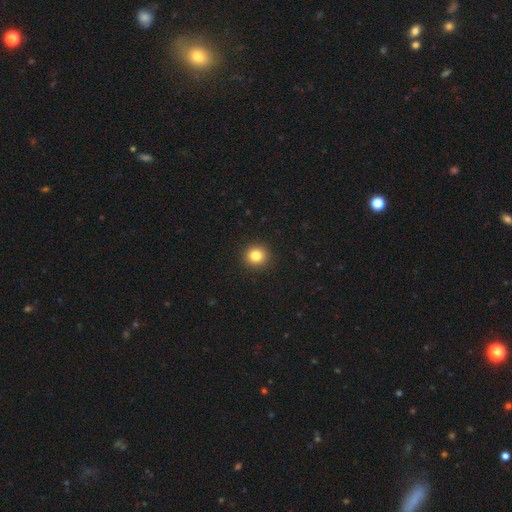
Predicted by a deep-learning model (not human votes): This is clearly a smooth galaxy (83%). How rounded: clearly round (92%). Merging: clearly none (93%).